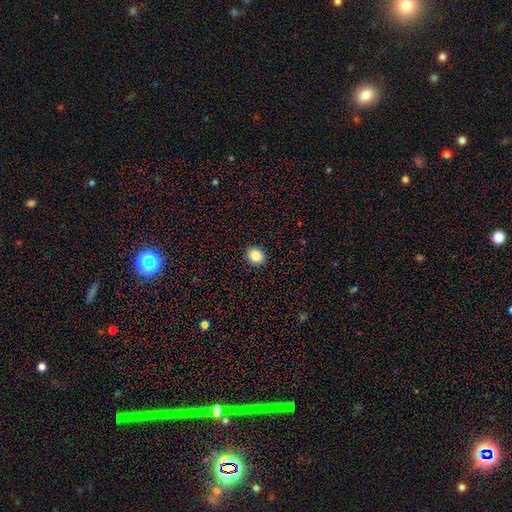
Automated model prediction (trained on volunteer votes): Overall: smooth (85%). How rounded: round (81%). Merging: none (93%).